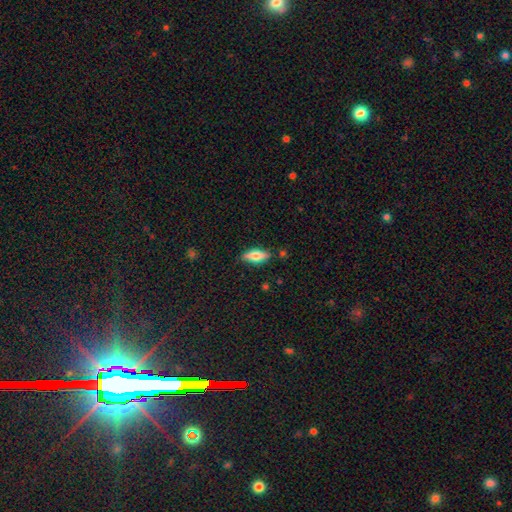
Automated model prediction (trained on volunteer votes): Smooth or featured: smooth — 62% (featured or disk — 31%)
How rounded: in between — 62% (cigar-shaped — 35%)
Merging: none — 83% (minor disturbance — 12%)